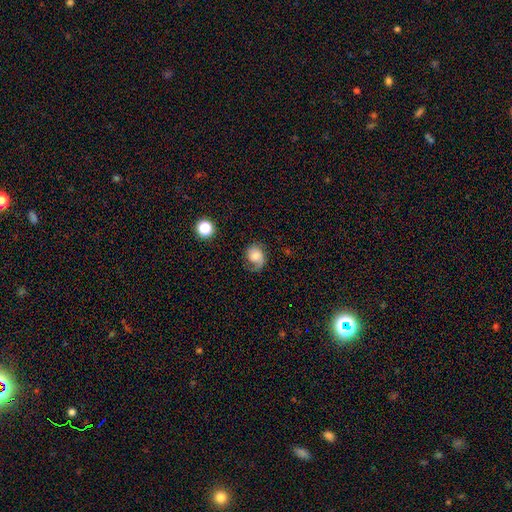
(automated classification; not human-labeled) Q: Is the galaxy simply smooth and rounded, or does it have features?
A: smooth — 46%.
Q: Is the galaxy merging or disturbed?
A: none — 51%.